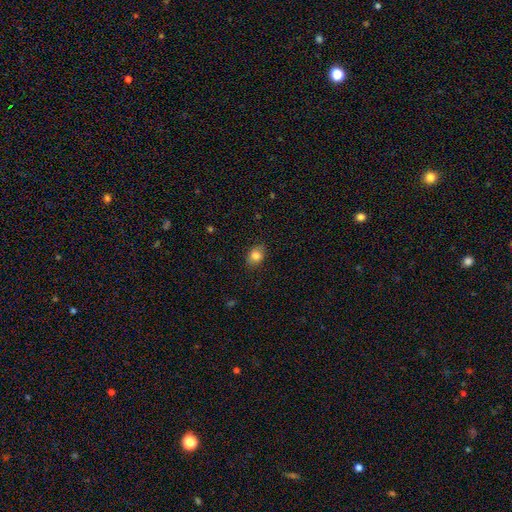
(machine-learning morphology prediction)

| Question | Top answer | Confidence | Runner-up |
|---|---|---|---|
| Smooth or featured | smooth | 82% | star or artifact (10%) |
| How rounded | in between | 60% | round (39%) |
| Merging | none | 84% | minor disturbance (12%) |